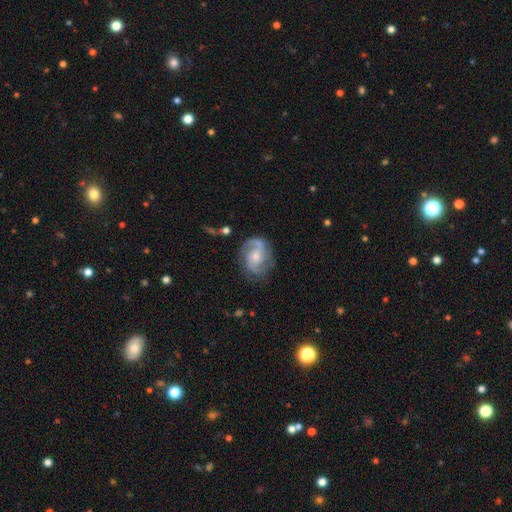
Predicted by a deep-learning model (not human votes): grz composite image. It shows a featured or disk galaxy (84%) with no bar (60%), 2 (75%) medium (50%) spiral arms (96%) and a moderate central bulge (46%). Merging: none (73%).